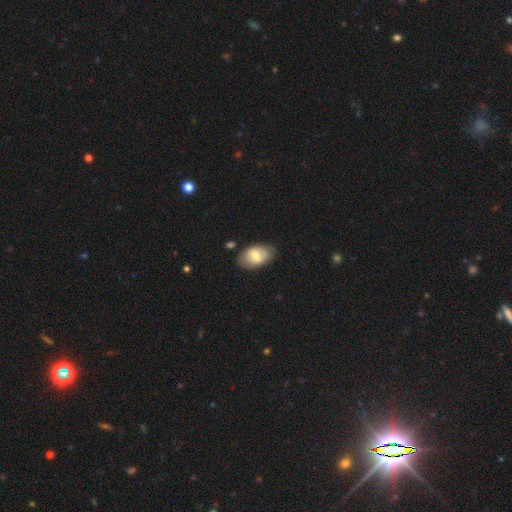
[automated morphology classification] Q: Smooth or featured?
A: smooth (60%); runner-up: featured or disk (33%)
Q: How rounded?
A: in between (92%); runner-up: round (7%)
Q: Merging?
A: none (77%); runner-up: minor disturbance (17%)